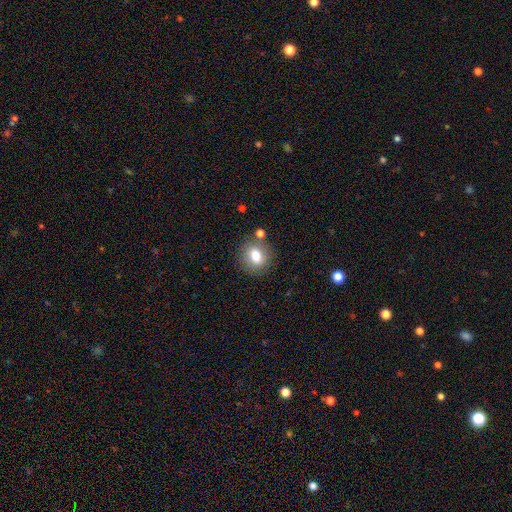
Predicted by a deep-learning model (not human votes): This is likely a smooth galaxy (77%). How rounded: possibly round (58%). Merging: likely none (80%).